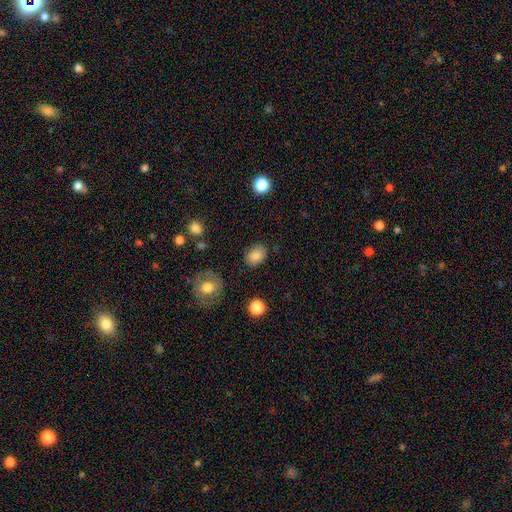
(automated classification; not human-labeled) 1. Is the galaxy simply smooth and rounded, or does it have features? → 84% smooth, 9% star or artifact, 7% featured or disk.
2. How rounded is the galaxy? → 71% in between, 28% round, 1% cigar-shaped.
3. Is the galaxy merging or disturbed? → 84% none, 11% minor disturbance, 3% major disturbance, 2% merger.